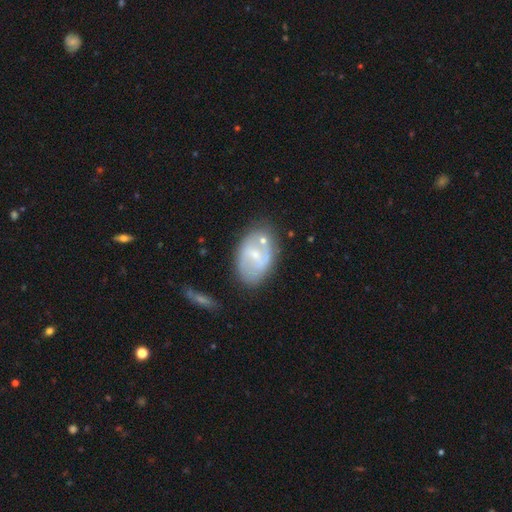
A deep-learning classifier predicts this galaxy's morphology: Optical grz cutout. It shows a featured or disk galaxy (67%) with a weak bar (52%), spiral arms (72%) and a small central bulge (63%). Merging: none (67%).